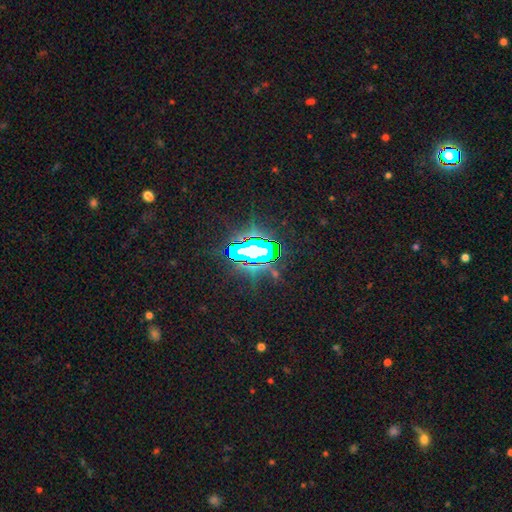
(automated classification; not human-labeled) Overall: star or artifact (72%).